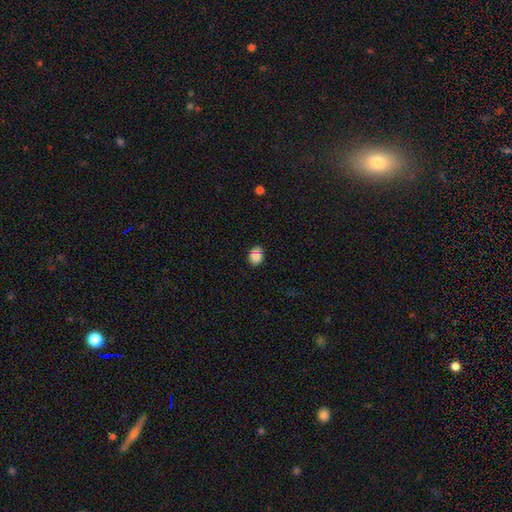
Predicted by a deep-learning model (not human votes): smooth 81%, star or artifact 10%, featured or disk 9%. Down the decision tree: how rounded — in between (56%); merging — none (72%).